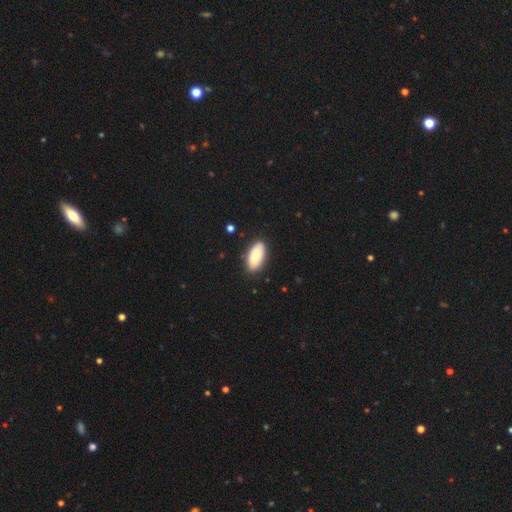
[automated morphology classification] Overall: smooth (84%). How rounded: in between (92%). Merging: none (85%).